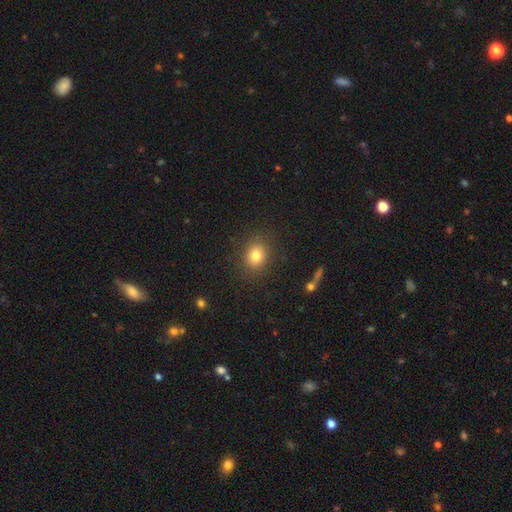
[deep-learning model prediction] This is likely a smooth galaxy (80%). How rounded: likely round (69%). Merging: clearly none (86%).